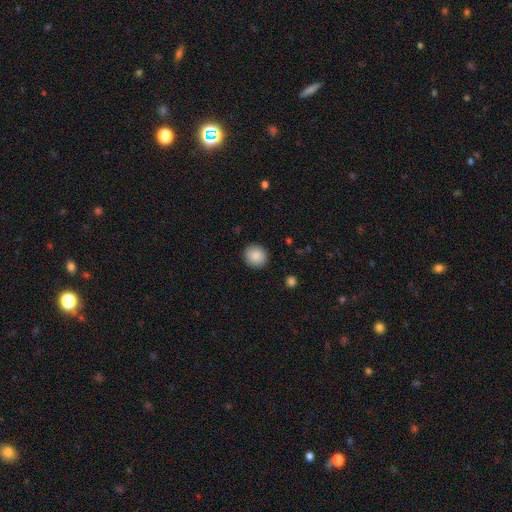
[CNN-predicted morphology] Smooth or featured: smooth — 88% (star or artifact — 8%)
How rounded: round — 85% (in between — 14%)
Merging: none — 91% (minor disturbance — 6%)